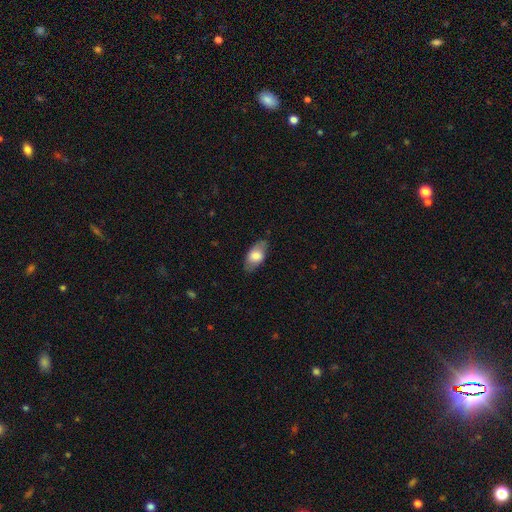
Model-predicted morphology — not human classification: Overall: smooth (72%). How rounded: in between (90%). Merging: none (78%).